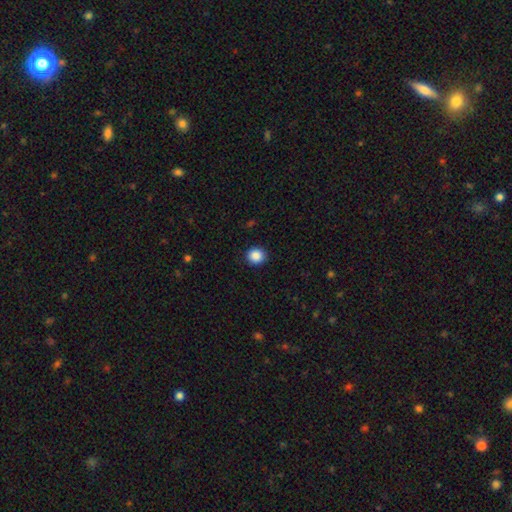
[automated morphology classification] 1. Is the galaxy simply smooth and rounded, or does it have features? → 88% smooth, 9% star or artifact, 3% featured or disk.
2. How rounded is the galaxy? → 87% round, 12% in between, 1% cigar-shaped.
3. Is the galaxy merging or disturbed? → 91% none, 6% minor disturbance, 2% major disturbance, 1% merger.